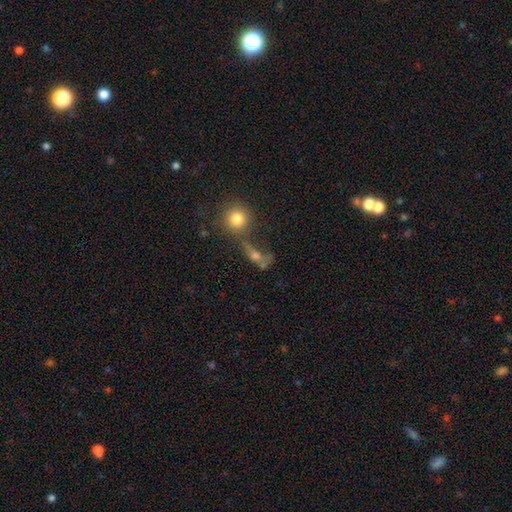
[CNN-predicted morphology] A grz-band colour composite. It shows a smooth galaxy with no disk features (50%). Merging: none (33%).